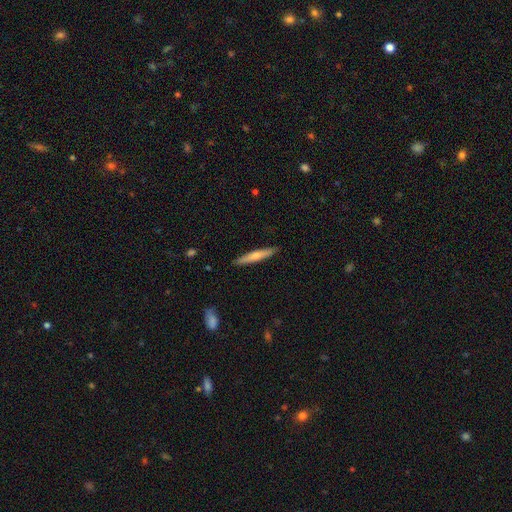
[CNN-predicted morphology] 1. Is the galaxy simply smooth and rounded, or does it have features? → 61% smooth, 34% featured or disk, 5% star or artifact.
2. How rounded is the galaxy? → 93% cigar-shaped, 6% in between, 1% round.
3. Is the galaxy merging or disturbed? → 90% none, 8% minor disturbance, 1% major disturbance, 1% merger.